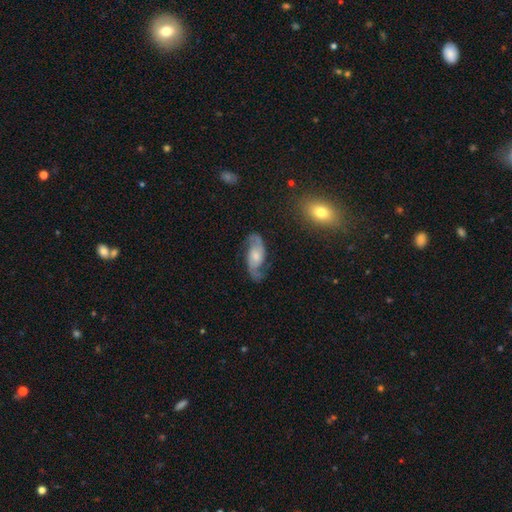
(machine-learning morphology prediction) Smooth or featured? featured or disk (82%)
Edge-on disk? no (96%)
Bar? no (57%)
Spiral arms? yes (96%)
Spiral winding? medium (45%)
Spiral arm count? 2 (92%)
Bulge size? small (45%)
Merging? none (73%)